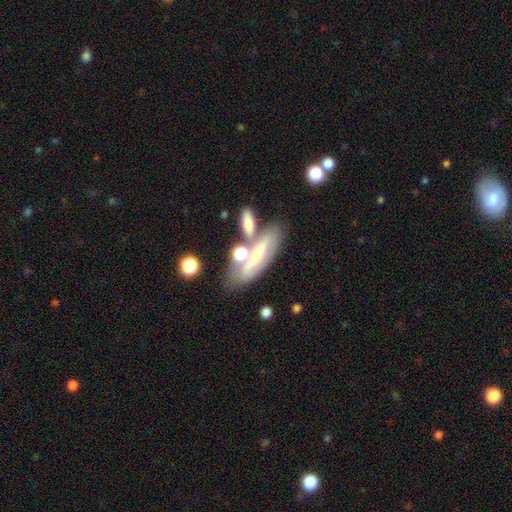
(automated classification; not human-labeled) Morphology: type=featured or disk (50%); edge-on=yes (51%); merging=none (52%).